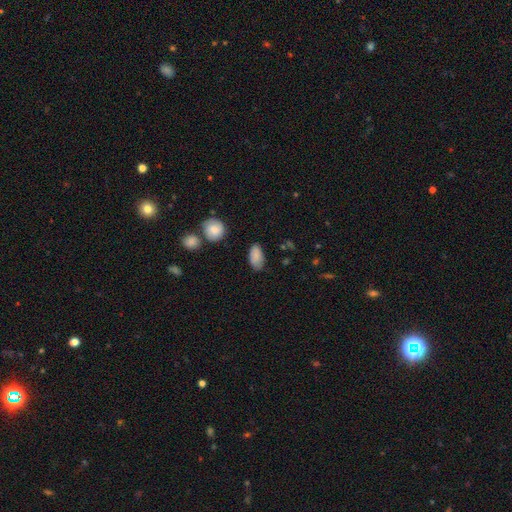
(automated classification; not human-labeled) Smooth or featured? smooth (86%)
How rounded? in between (93%)
Merging? none (76%)